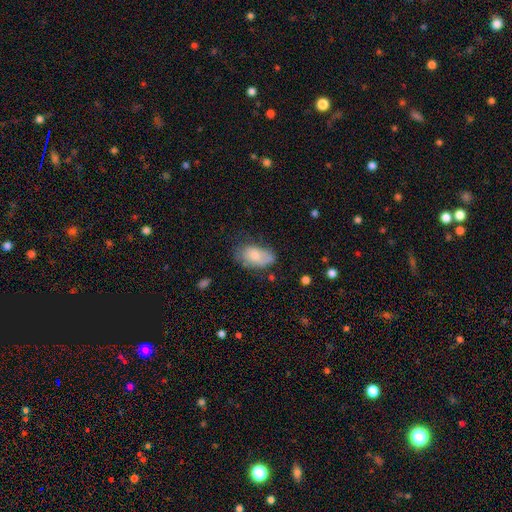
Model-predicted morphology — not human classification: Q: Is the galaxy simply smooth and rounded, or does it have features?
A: smooth — 74%.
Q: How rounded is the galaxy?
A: in between — 92%.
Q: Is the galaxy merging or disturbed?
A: none — 51%.